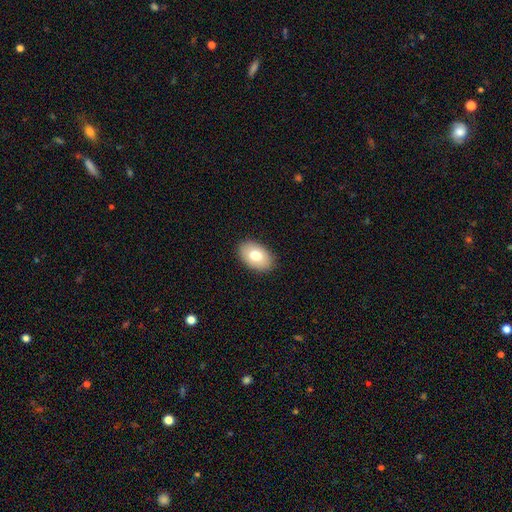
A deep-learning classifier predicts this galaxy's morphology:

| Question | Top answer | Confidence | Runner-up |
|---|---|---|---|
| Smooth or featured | smooth | 77% | featured or disk (16%) |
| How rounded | in between | 90% | round (9%) |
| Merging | none | 89% | minor disturbance (8%) |